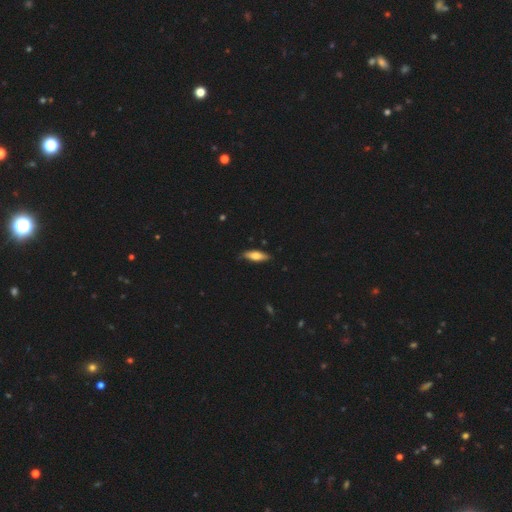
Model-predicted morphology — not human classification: Overall: smooth (67%; featured or disk 27%). How rounded: in between (52%; cigar-shaped 46%). Merging: none (85%).